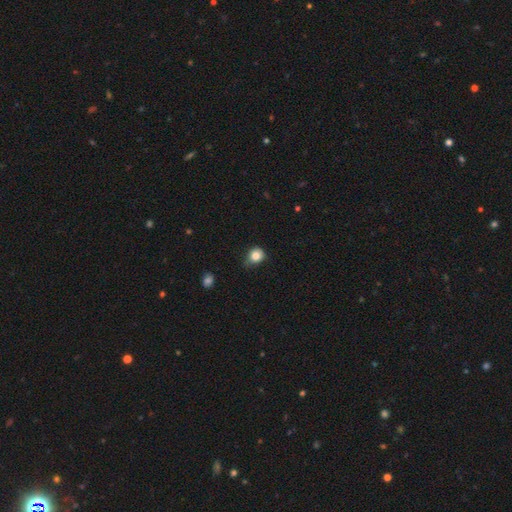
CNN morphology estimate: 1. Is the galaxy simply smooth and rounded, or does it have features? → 82% smooth, 11% star or artifact, 8% featured or disk.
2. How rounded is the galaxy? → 75% round, 24% in between, 1% cigar-shaped.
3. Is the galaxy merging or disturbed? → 55% none, 35% minor disturbance, 8% major disturbance, 2% merger.